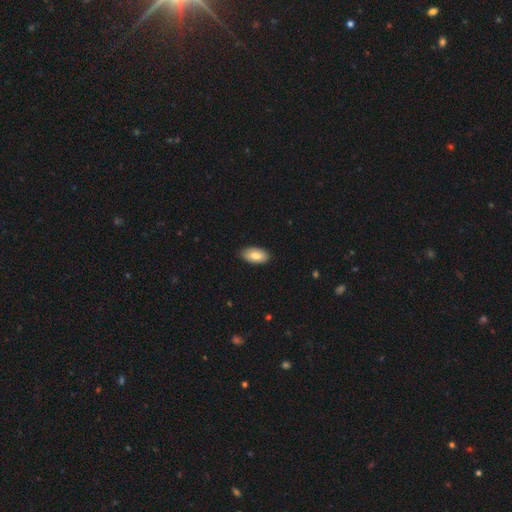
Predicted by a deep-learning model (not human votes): Morphology: type=smooth (82%); roundness=in between (94%); merging=none (87%).